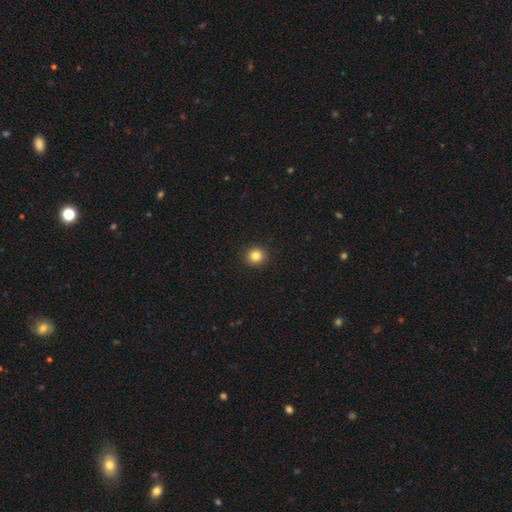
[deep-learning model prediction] Smooth or featured: smooth — 83% (star or artifact — 12%)
How rounded: round — 93% (in between — 6%)
Merging: none — 93% (minor disturbance — 4%)